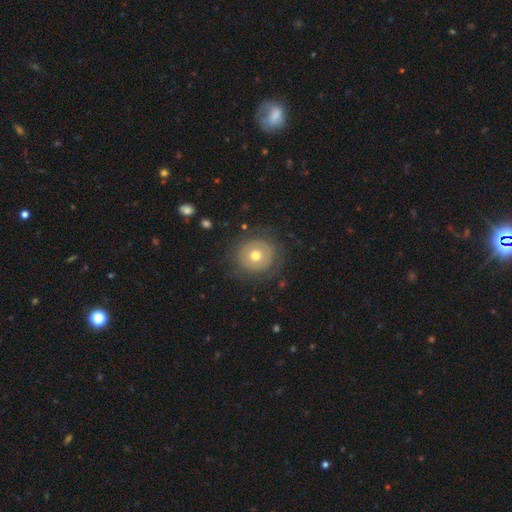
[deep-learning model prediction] The model was most divided on "smooth or featured": smooth: 56%, featured or disk: 36%, star or artifact: 8%. More confident: how rounded — round (91%); merging — none (80%).